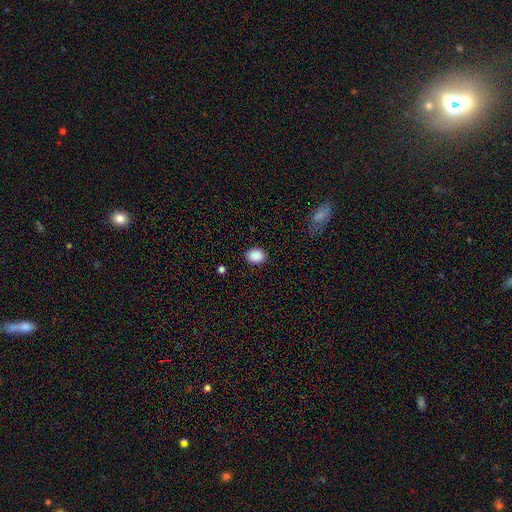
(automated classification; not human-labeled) Smooth or featured?
  - smooth: 89% *
  - star or artifact: 8%
  - featured or disk: 3%
How rounded?
  - in between: 53% *
  - round: 46%
  - cigar-shaped: 1%
Merging?
  - none: 89% *
  - minor disturbance: 8%
  - major disturbance: 2%
  - merger: 1%